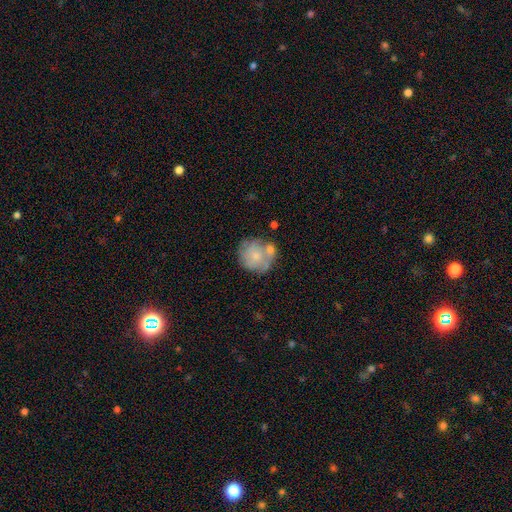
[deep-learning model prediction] Smooth or featured? Predicted: smooth (p=0.57). How rounded? Predicted: round (p=0.86). Merging? Predicted: none (p=0.49).